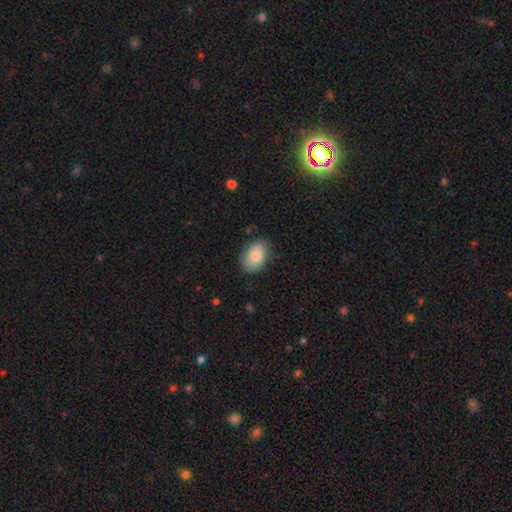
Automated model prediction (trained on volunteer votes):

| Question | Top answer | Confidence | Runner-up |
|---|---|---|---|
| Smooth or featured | smooth | 82% | featured or disk (11%) |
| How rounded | in between | 87% | round (12%) |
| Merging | none | 76% | minor disturbance (19%) |